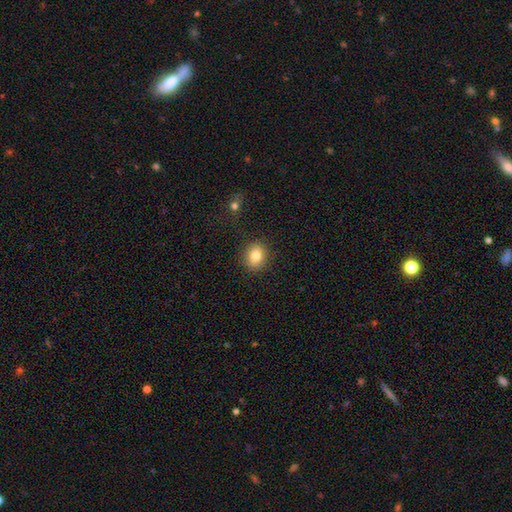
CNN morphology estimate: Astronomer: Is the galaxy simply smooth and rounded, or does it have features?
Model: smooth — 82%.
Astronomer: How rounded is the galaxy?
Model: round — 61% (runner-up: in between, 38%).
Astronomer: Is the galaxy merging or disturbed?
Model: none — 88%.